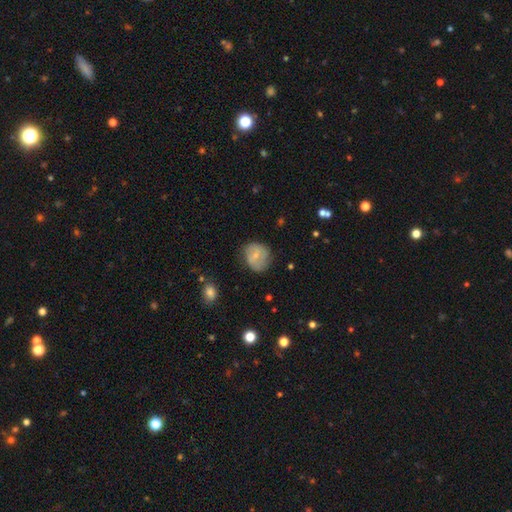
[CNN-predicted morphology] Smooth or featured? smooth (58%)
How rounded? round (74%)
Merging? none (65%)